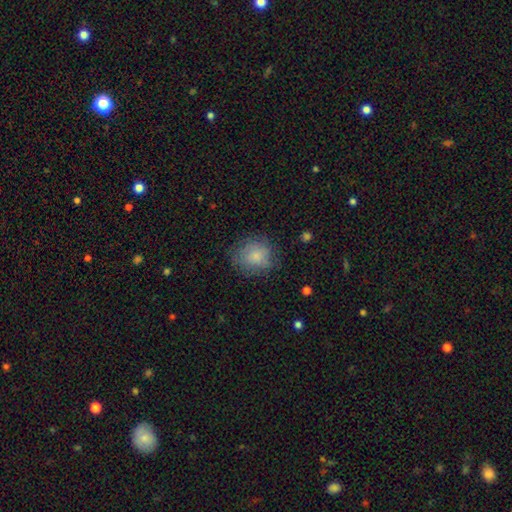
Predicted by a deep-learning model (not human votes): This appears to be a smooth galaxy with no disk features (78%) that is round (77%). Merging: none (71%).